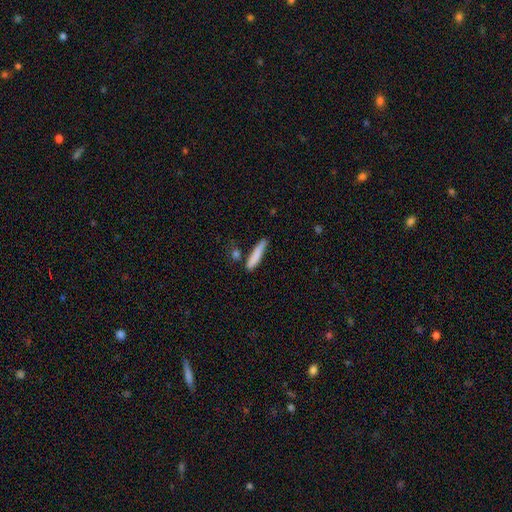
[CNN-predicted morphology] The model was most divided on "merging": none: 72%, minor disturbance: 18%, merger: 6%, major disturbance: 4%. More confident: how rounded — cigar-shaped (90%); smooth or featured — smooth (81%).